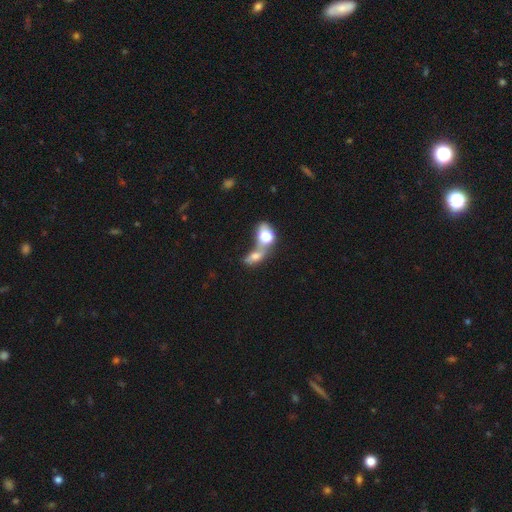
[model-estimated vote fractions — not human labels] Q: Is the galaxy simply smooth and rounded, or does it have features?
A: smooth — 67%.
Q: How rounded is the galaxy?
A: in between — 68%.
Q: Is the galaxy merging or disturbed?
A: merger — 68%.